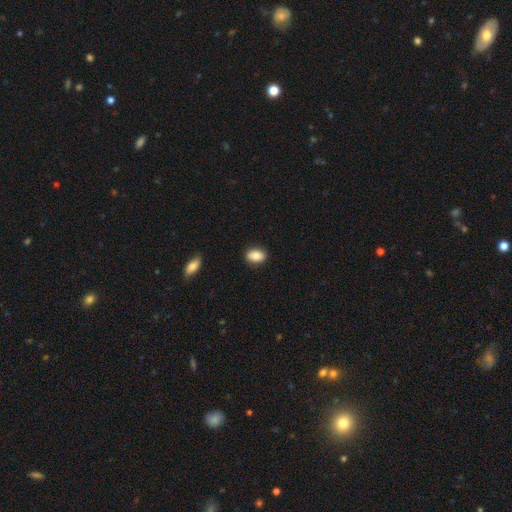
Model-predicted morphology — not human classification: Smooth or featured? Predicted: smooth (p=0.87). How rounded? Predicted: in between (p=0.85). Merging? Predicted: none (p=0.87).